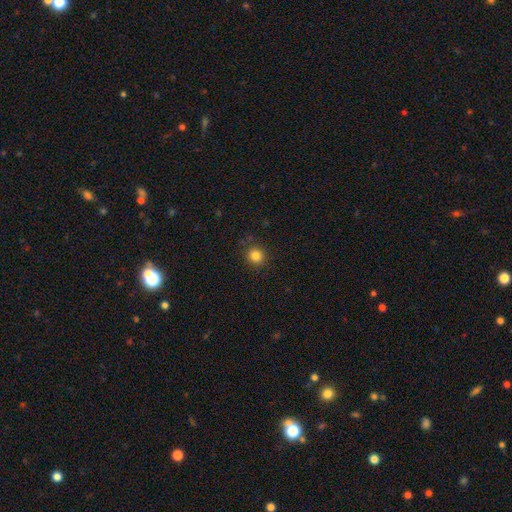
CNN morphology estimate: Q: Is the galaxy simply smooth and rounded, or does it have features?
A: smooth — 83%.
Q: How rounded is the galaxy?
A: round — 91%.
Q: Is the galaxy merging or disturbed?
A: none — 89%.